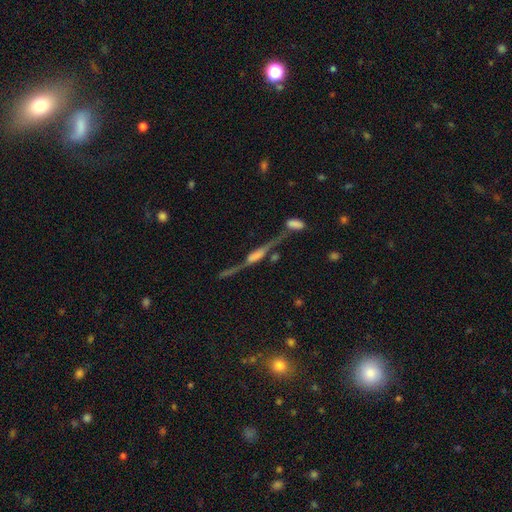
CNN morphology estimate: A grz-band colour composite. It shows a featured or disk galaxy (79%) viewed edge-on (88%) with a rounded central bulge (62%). Merging: none (64%).